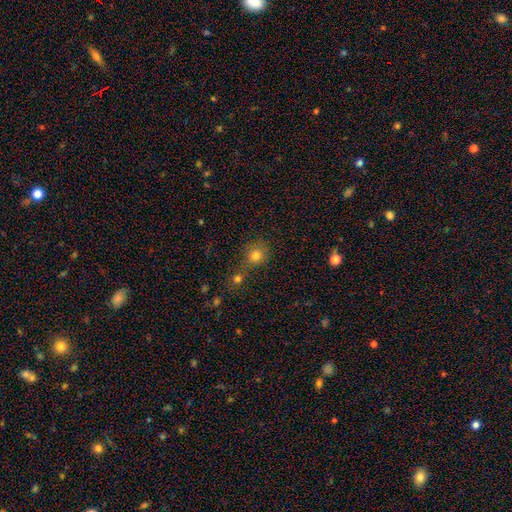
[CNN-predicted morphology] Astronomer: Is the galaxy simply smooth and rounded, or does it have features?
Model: smooth — 77%.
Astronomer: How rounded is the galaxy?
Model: round — 84%.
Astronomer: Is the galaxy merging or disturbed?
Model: none — 54%.